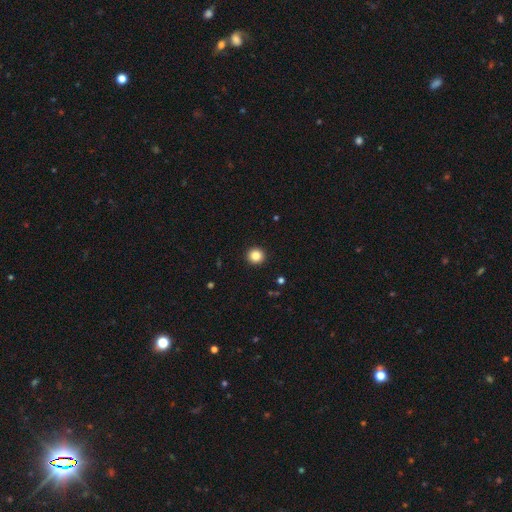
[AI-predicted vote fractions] Q: Smooth or featured?
A: smooth (84%); runner-up: star or artifact (11%)
Q: How rounded?
A: round (95%); runner-up: in between (4%)
Q: Merging?
A: none (94%); runner-up: minor disturbance (4%)